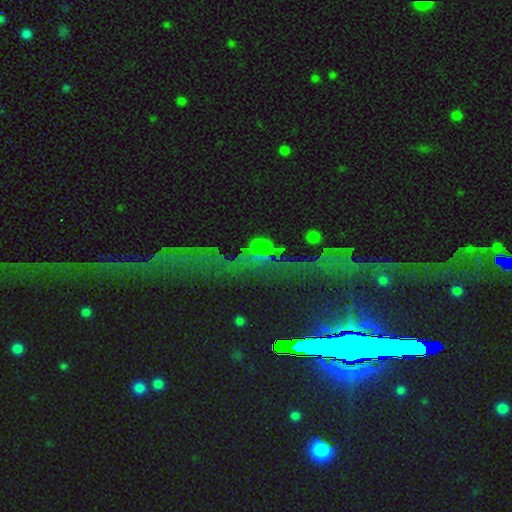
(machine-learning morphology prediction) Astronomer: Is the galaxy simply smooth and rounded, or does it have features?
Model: star or artifact — 72%.